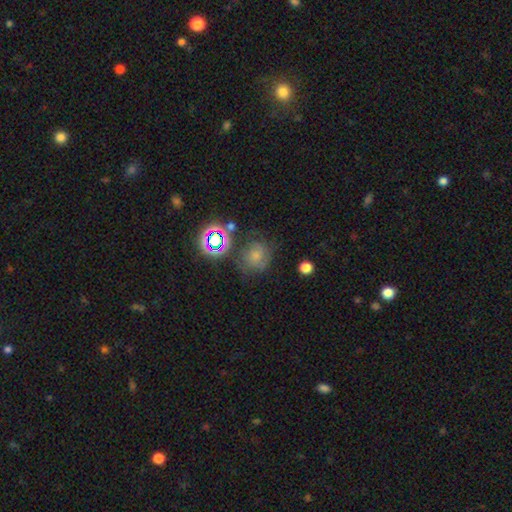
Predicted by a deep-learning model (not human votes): smooth 57%, featured or disk 22%, star or artifact 21%. Down the decision tree: how rounded — round (75%); merging — none (57%).